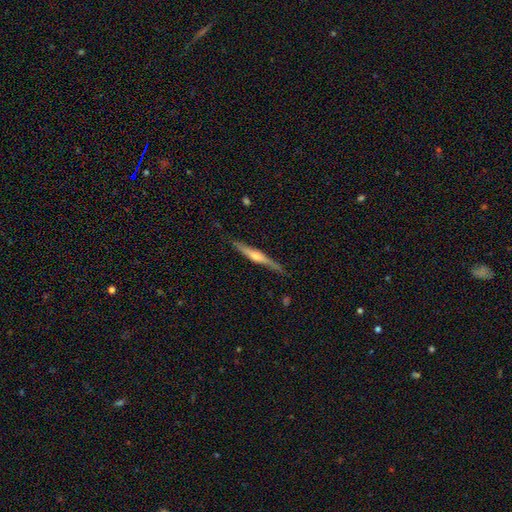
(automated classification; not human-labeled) featured or disk 70%, smooth 25%, star or artifact 5%. Down the decision tree: edge-on disk — yes (97%); edge-on bulge — rounded (78%); merging — none (85%).